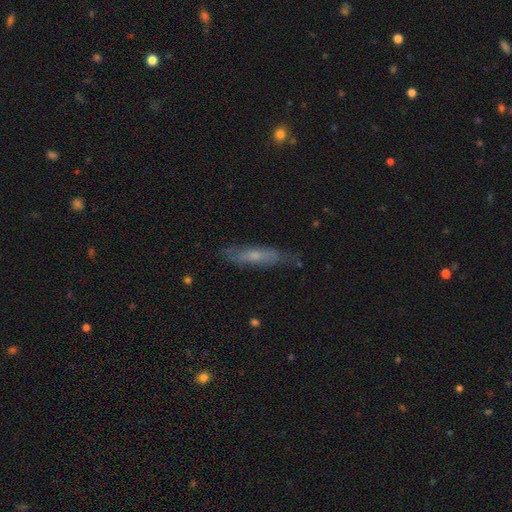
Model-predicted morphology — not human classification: Smooth or featured?
  - smooth: 46% * (tied)
  - featured or disk: 46% * (tied)
  - star or artifact: 8%
Merging?
  - none: 69% *
  - minor disturbance: 22%
  - major disturbance: 6%
  - merger: 2%